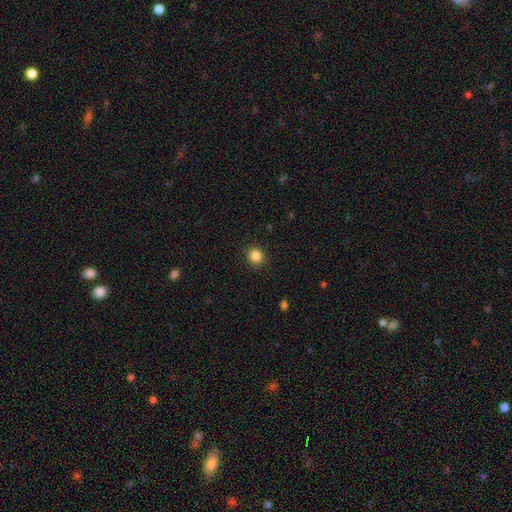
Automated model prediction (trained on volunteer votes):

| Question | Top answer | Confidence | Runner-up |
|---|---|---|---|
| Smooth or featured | smooth | 86% | star or artifact (11%) |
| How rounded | round | 90% | in between (9%) |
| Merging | none | 91% | minor disturbance (6%) |